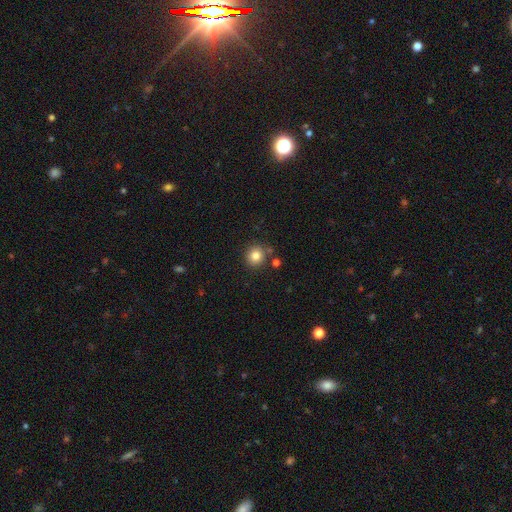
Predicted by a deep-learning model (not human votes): A smooth galaxy with no disk features (83%) that is round (91%).

Vote fractions:
- Smooth or featured? smooth: 83% / star or artifact: 11% / featured or disk: 6%
- How rounded? round: 91% / in between: 9% / cigar-shaped: 1%
- Merging? none: 83% / minor disturbance: 8% / merger: 6% / major disturbance: 2%